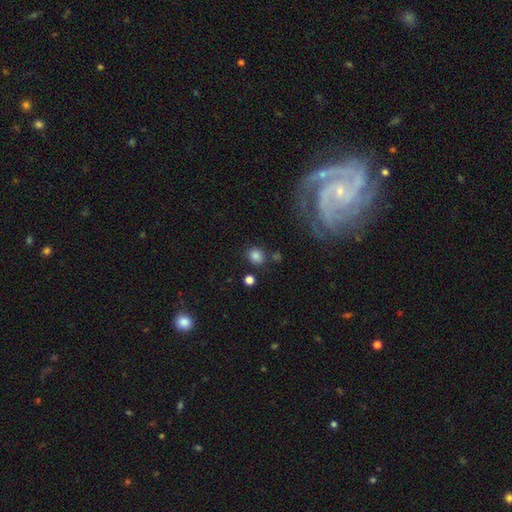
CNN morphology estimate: A smooth galaxy with no disk features (84%) that is round (70%).

Vote fractions:
- Smooth or featured? smooth: 84% / star or artifact: 11% / featured or disk: 5%
- How rounded? round: 70% / in between: 29% / cigar-shaped: 1%
- Merging? none: 78% / minor disturbance: 11% / merger: 7% / major disturbance: 4%